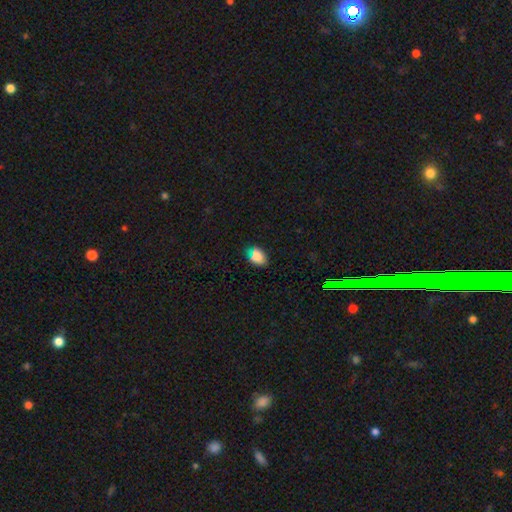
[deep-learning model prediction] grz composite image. It shows a smooth galaxy with no disk features (82%) that is in between round and cigar-shaped (87%). Merging: none (76%).